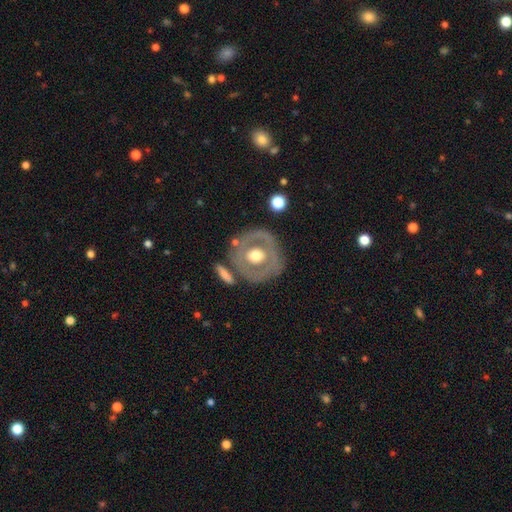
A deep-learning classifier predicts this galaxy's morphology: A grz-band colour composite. It shows a featured or disk galaxy (60%) with no bar (81%), no spiral arms (83%) and a moderate central bulge (64%). Merging: none (74%).